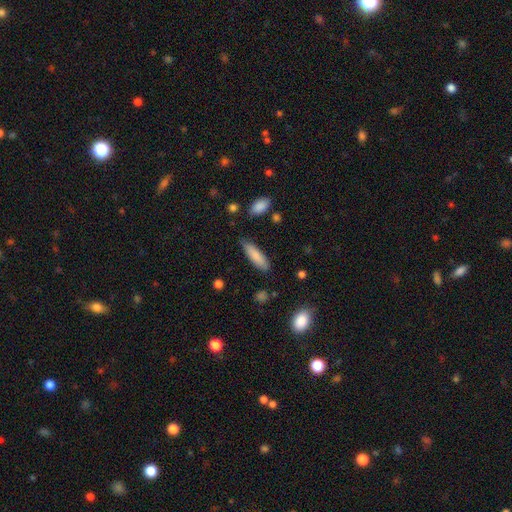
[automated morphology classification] The model was most divided on "how rounded": cigar-shaped: 61%, in between: 37%, round: 1%. More confident: smooth or featured — smooth (84%); merging — none (80%).